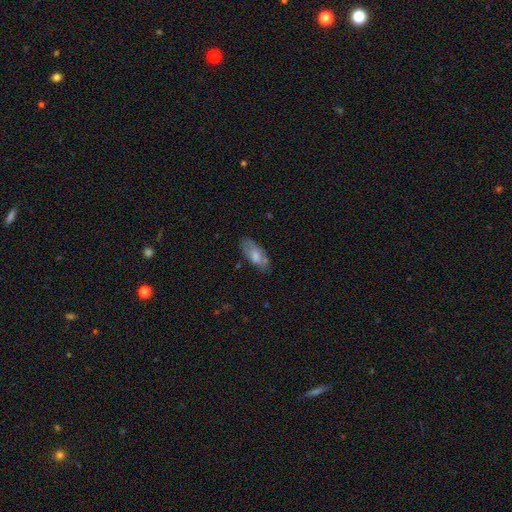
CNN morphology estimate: Smooth or featured? smooth (70%)
How rounded? in between (83%)
Merging? none (67%)